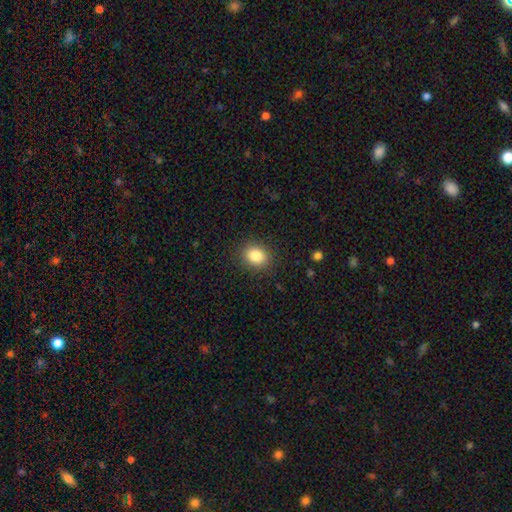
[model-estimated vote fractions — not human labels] Overall: smooth (84%). How rounded: round (59%; in between 40%). Merging: none (88%).